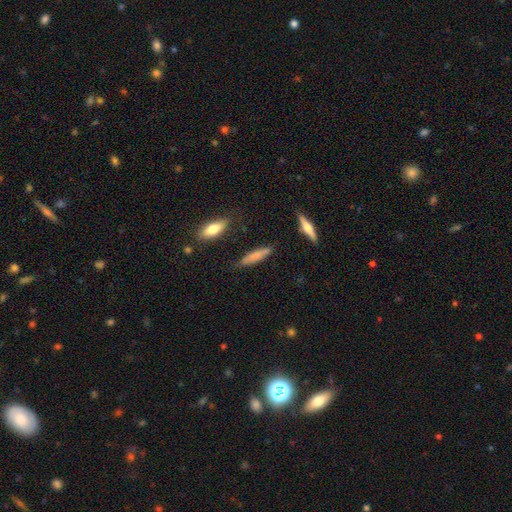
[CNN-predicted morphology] Overall: smooth (71%). How rounded: cigar-shaped (78%). Merging: none (77%).